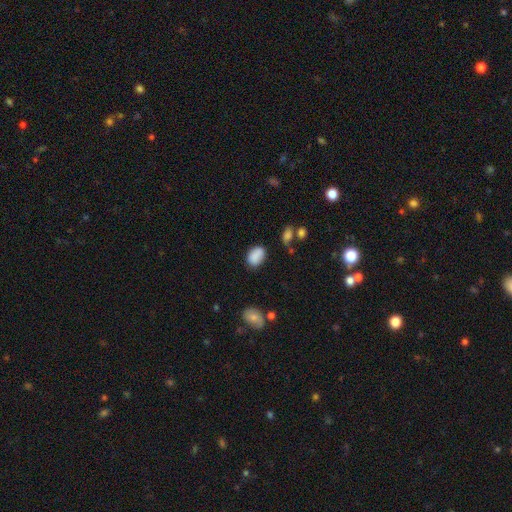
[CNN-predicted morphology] Smooth or featured? smooth (86%)
How rounded? in between (81%)
Merging? none (76%)